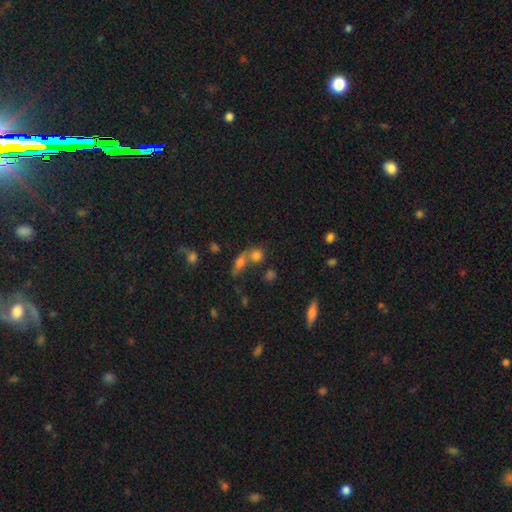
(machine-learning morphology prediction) Smooth or featured: smooth — 74% (star or artifact — 14%)
How rounded: round — 69% (in between — 26%)
Merging: merger — 46% (none — 39%)